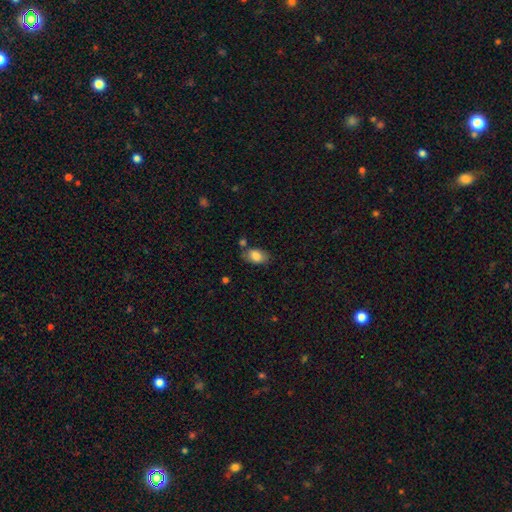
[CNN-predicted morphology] The model was most divided on "merging": none: 69%, minor disturbance: 18%, merger: 8%, major disturbance: 5%. More confident: how rounded — in between (90%); smooth or featured — smooth (83%).